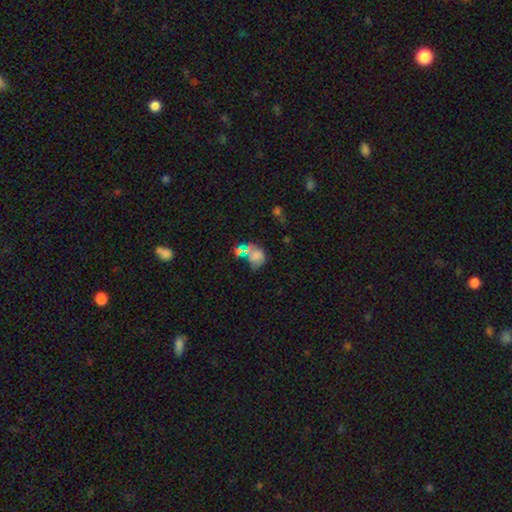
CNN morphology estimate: Smooth or featured? Predicted: smooth (p=0.65). How rounded? Predicted: round (p=0.53). Merging? Predicted: none (p=0.36).